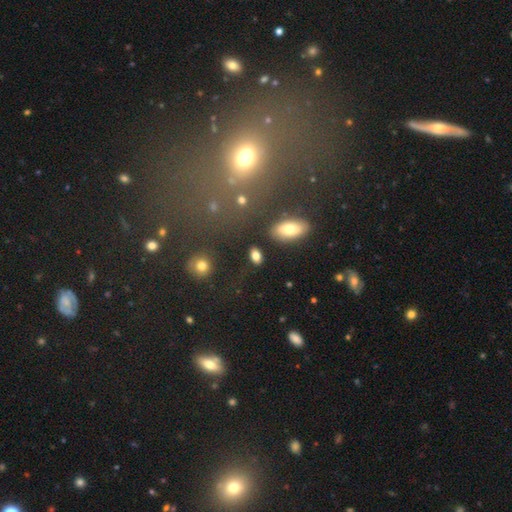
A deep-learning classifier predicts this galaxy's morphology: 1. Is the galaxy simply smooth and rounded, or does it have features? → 81% smooth, 10% star or artifact, 9% featured or disk.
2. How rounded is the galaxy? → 85% in between, 11% round, 4% cigar-shaped.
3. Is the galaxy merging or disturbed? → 78% none, 12% minor disturbance, 5% merger, 5% major disturbance.